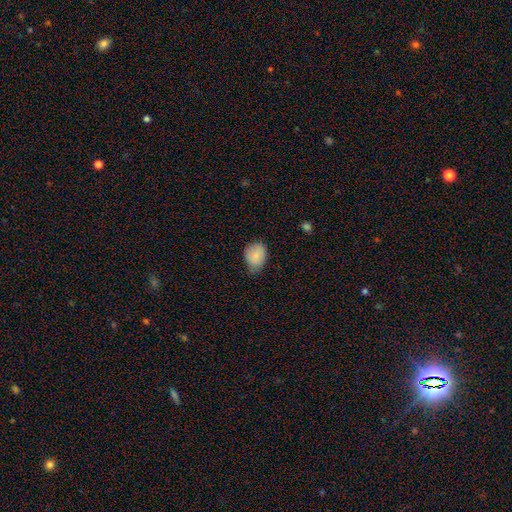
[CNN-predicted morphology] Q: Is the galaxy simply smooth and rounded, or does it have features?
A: smooth — 83%.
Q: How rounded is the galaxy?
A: in between — 64%.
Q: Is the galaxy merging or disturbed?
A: none — 53%.